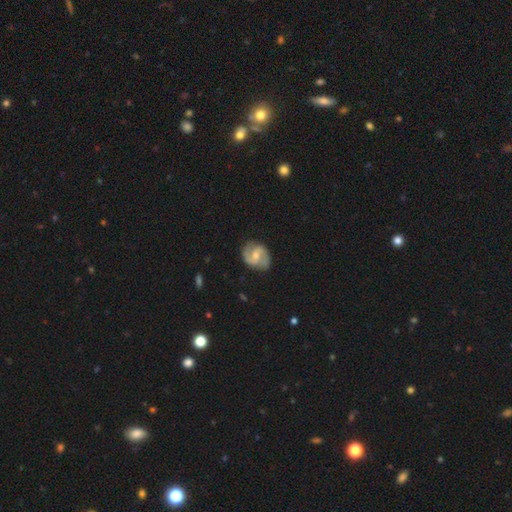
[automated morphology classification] Smooth or featured? Predicted: featured or disk (p=0.79). Edge-on disk? Predicted: no (p=0.98). Bar? Predicted: weak (p=0.55). Spiral arms? Predicted: yes (p=0.95). Spiral winding? Predicted: medium (p=0.53). Spiral arm count? Predicted: 2 (p=0.90). Bulge size? Predicted: moderate (p=0.53). Merging? Predicted: none (p=0.78).